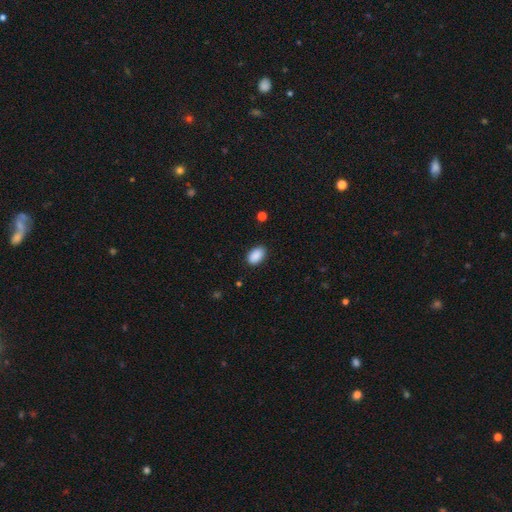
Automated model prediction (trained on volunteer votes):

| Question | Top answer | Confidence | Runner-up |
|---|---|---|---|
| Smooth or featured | smooth | 90% | star or artifact (7%) |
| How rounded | in between | 91% | round (8%) |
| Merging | none | 87% | minor disturbance (10%) |